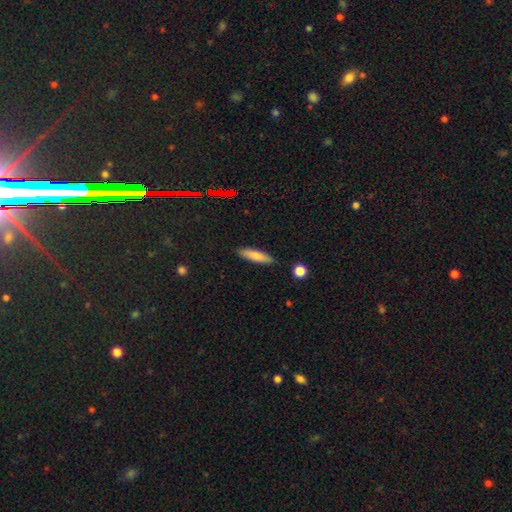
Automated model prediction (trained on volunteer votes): This is likely a smooth galaxy (79%). How rounded: likely cigar-shaped (65%). Merging: clearly none (87%).